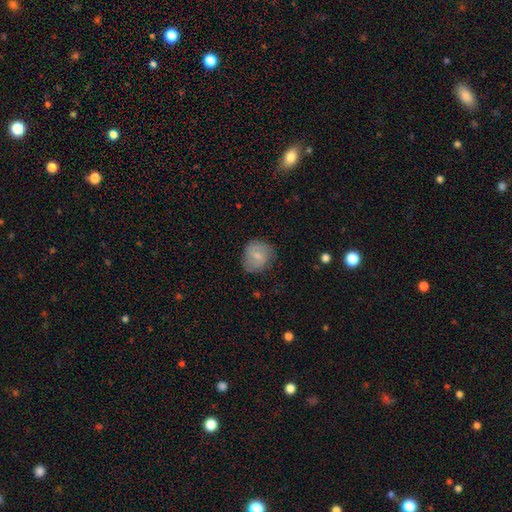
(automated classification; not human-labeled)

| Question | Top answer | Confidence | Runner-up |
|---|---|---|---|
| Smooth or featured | smooth | 58% | featured or disk (35%) |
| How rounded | round | 75% | in between (24%) |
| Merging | none | 73% | minor disturbance (20%) |